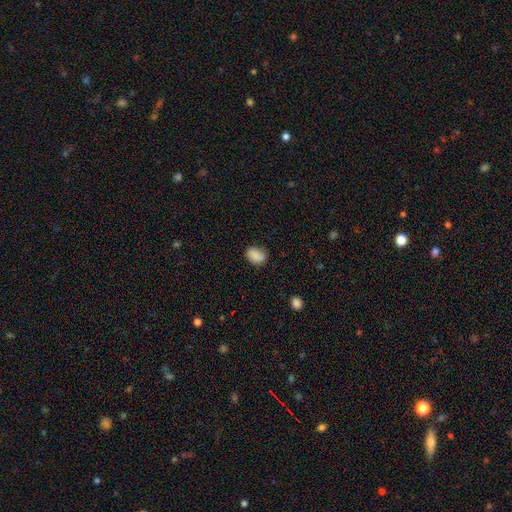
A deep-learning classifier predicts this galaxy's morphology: Q: Smooth or featured?
A: smooth (78%); runner-up: featured or disk (13%)
Q: How rounded?
A: in between (62%); runner-up: round (37%)
Q: Merging?
A: none (68%); runner-up: minor disturbance (24%)